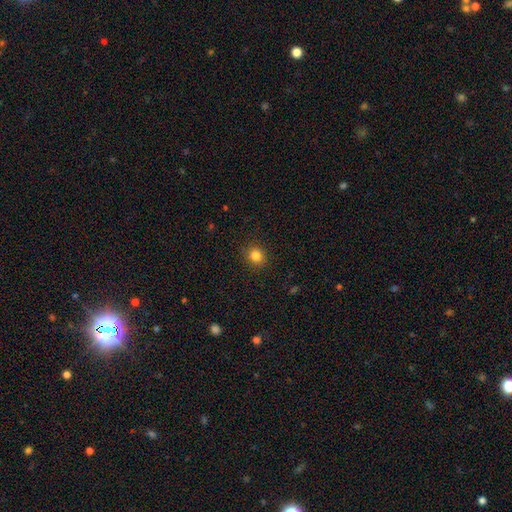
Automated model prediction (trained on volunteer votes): Smooth or featured? Predicted: smooth (p=0.84). How rounded? Predicted: round (p=0.80). Merging? Predicted: none (p=0.90).